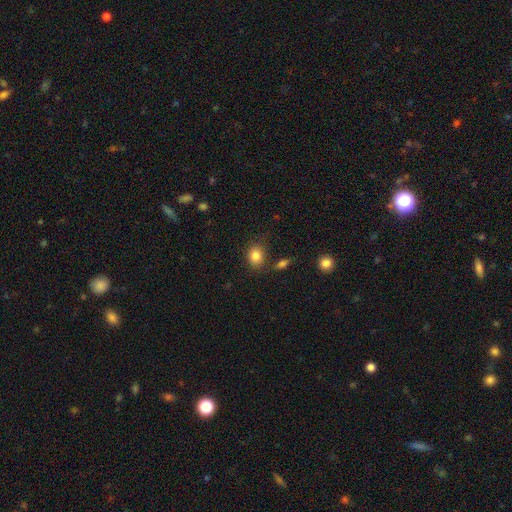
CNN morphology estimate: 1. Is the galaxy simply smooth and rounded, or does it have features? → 85% smooth, 9% star or artifact, 6% featured or disk.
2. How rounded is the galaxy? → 56% round, 43% in between, 1% cigar-shaped.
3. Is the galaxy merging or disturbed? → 75% none, 14% minor disturbance, 7% merger, 4% major disturbance.